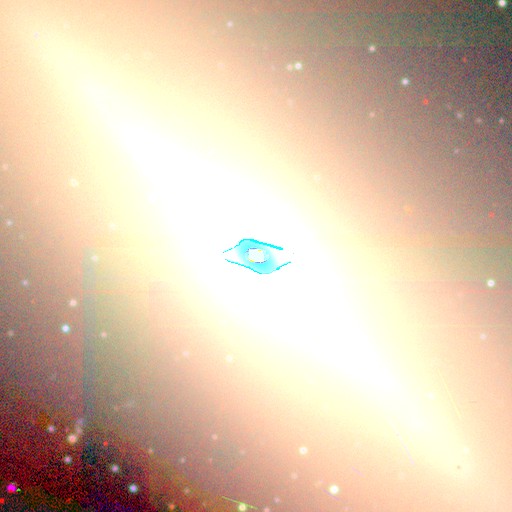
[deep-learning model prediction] smooth_or_featured: star or artifact (p=0.55) [alt: featured or disk p=0.32]